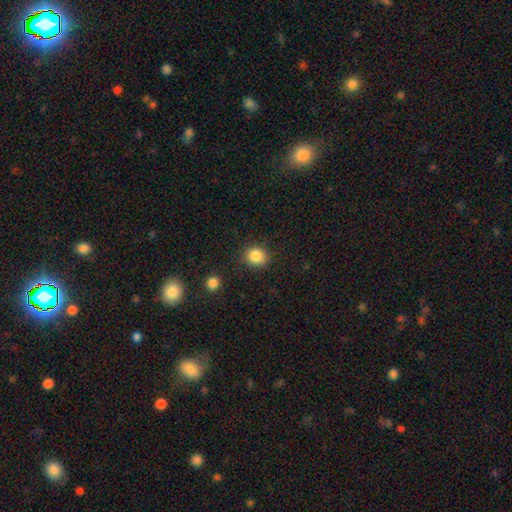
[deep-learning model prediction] smooth-or-featured: smooth: 85% | star or artifact: 10% | featured or disk: 5%
  how-rounded: round: 74% | in between: 25% | cigar-shaped: 1%
  merging: none: 85% | minor disturbance: 10% | major disturbance: 3% | merger: 2%